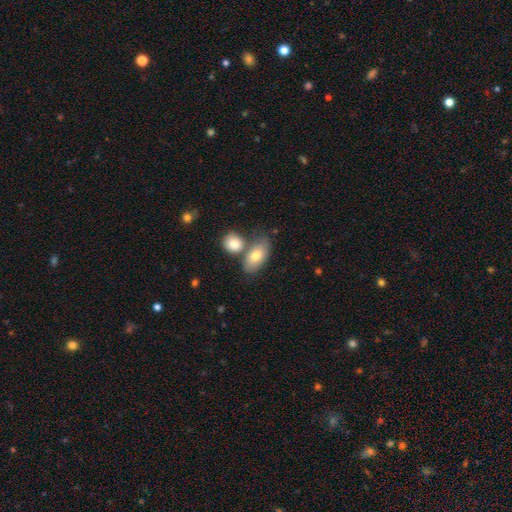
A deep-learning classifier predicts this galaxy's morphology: Smooth or featured? smooth (73%)
How rounded? in between (88%)
Merging? none (50%)